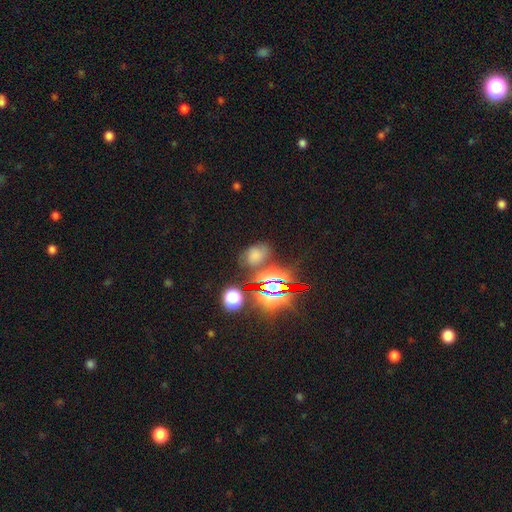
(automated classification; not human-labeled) A smooth galaxy with no disk features (52%) that is in between round and cigar-shaped (72%).

Vote fractions:
- Smooth or featured? smooth: 52% / star or artifact: 35% / featured or disk: 13%
- How rounded? in between: 72% / round: 26% / cigar-shaped: 2%
- Merging? none: 62% / minor disturbance: 21% / major disturbance: 9% / merger: 8%